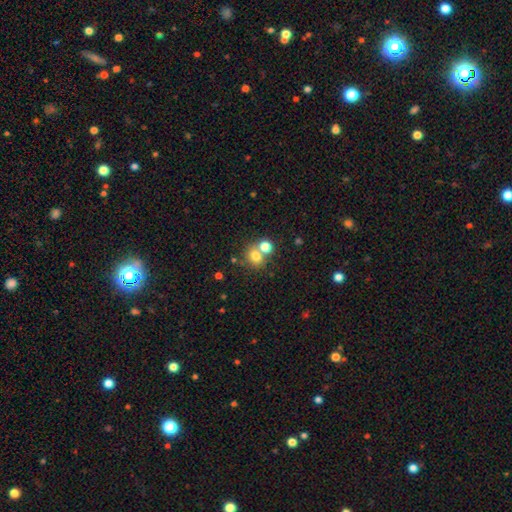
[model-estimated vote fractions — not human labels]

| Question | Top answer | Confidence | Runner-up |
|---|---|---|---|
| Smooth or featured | smooth | 74% | star or artifact (14%) |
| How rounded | round | 71% | in between (28%) |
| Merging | none | 50% | merger (38%) |